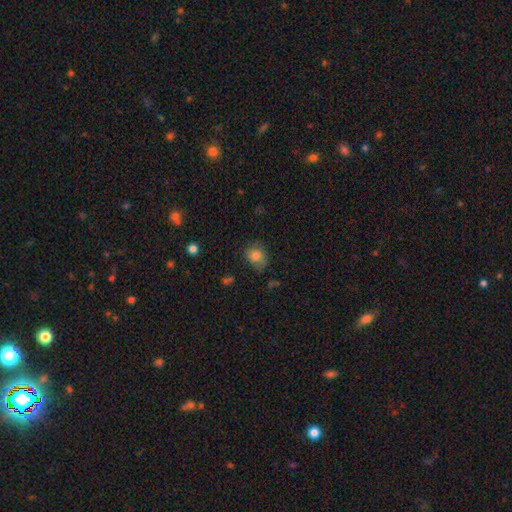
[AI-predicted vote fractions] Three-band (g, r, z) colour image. It shows a smooth galaxy with no disk features (81%) that is round (64%). Merging: none (68%).